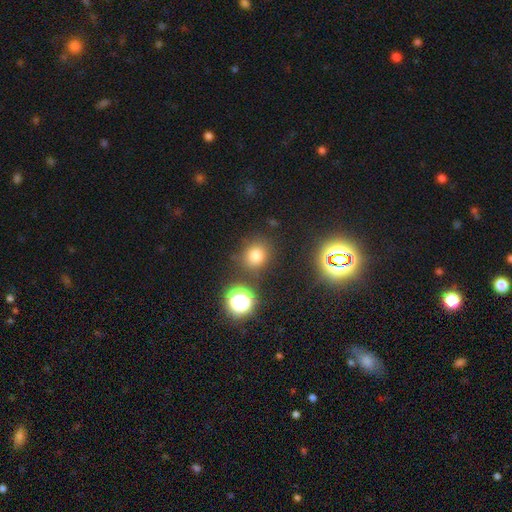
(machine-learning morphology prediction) Overall: smooth (74%). How rounded: round (82%). Merging: none (81%).